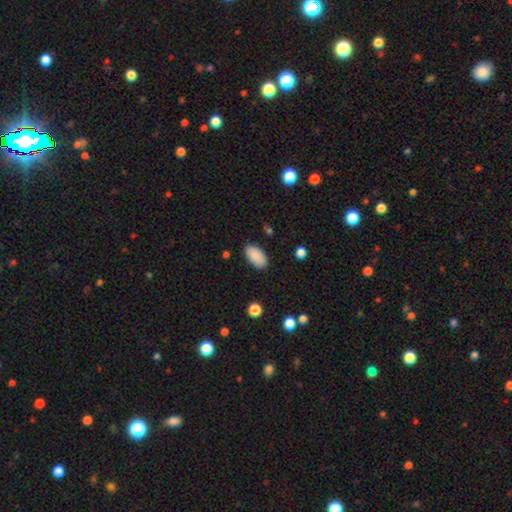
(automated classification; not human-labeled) This is clearly a smooth galaxy (89%). How rounded: clearly in between (95%). Merging: clearly none (87%).